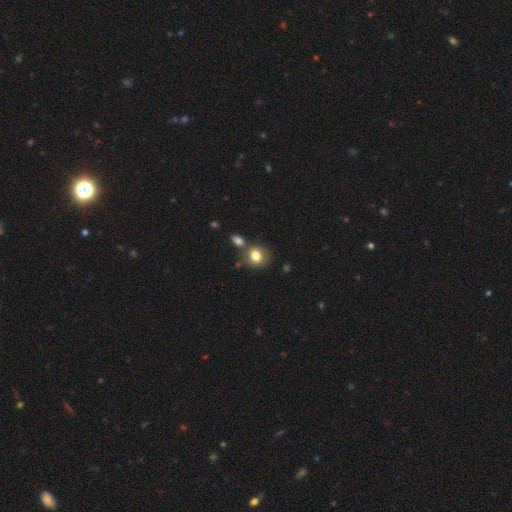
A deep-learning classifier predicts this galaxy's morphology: A smooth galaxy with no disk features (79%) that is round (71%). Merging: none (62%).